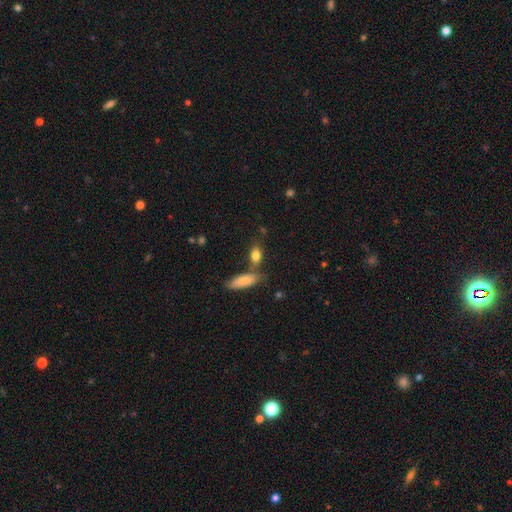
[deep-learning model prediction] Smooth or featured?
  - smooth: 81% *
  - featured or disk: 11%
  - star or artifact: 8%
How rounded?
  - in between: 78% *
  - cigar-shaped: 11%
  - round: 11%
Merging?
  - none: 62% *
  - merger: 20%
  - minor disturbance: 13%
  - major disturbance: 4%